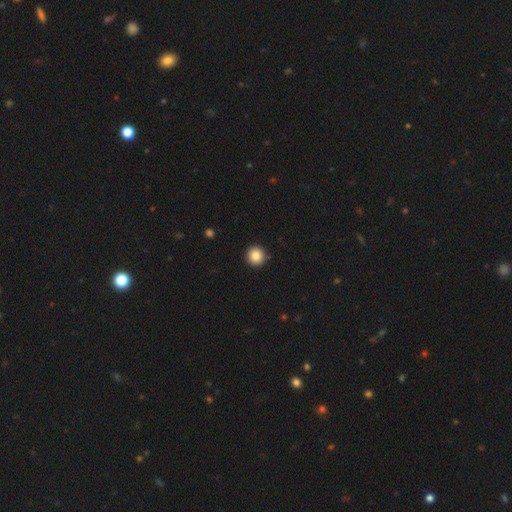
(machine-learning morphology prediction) Smooth or featured? smooth (87%)
How rounded? round (95%)
Merging? none (91%)